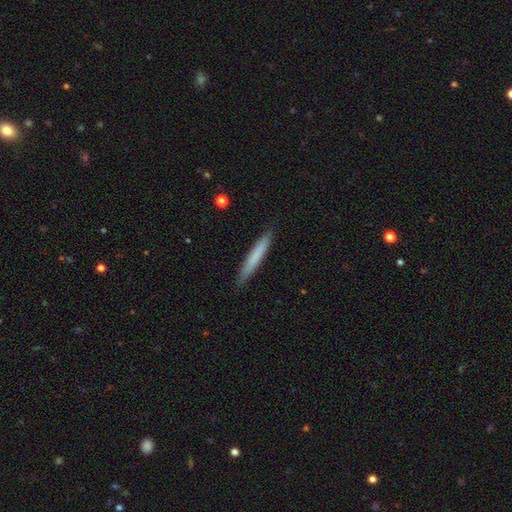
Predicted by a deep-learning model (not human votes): Smooth or featured?
  - smooth: 71% *
  - featured or disk: 23%
  - star or artifact: 6%
How rounded?
  - cigar-shaped: 96% *
  - in between: 3%
  - round: 1%
Merging?
  - none: 89% *
  - minor disturbance: 8%
  - major disturbance: 1%
  - merger: 1%